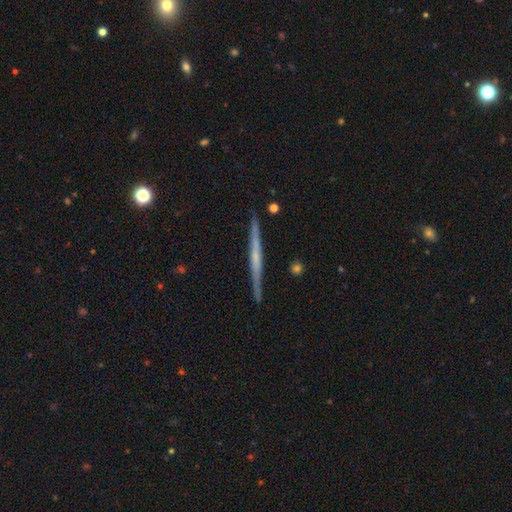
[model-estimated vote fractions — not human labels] Q: Smooth or featured?
A: featured or disk (66%); runner-up: smooth (28%)
Q: Edge-on disk?
A: yes (98%); runner-up: no (2%)
Q: Edge-on bulge?
A: none (65%); runner-up: rounded (25%)
Q: Merging?
A: none (91%); runner-up: minor disturbance (7%)